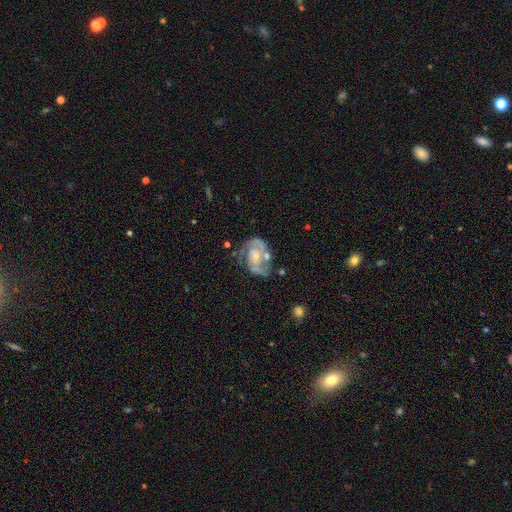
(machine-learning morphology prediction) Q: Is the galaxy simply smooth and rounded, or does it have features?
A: featured or disk — 88%.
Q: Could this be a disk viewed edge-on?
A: no — 98%.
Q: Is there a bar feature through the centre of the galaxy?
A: no — 64%.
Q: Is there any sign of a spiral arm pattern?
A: yes — 96%.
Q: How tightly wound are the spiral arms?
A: medium — 48%.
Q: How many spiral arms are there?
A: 2 — 82%.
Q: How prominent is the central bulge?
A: small — 59%.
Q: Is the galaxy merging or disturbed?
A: none — 56%.